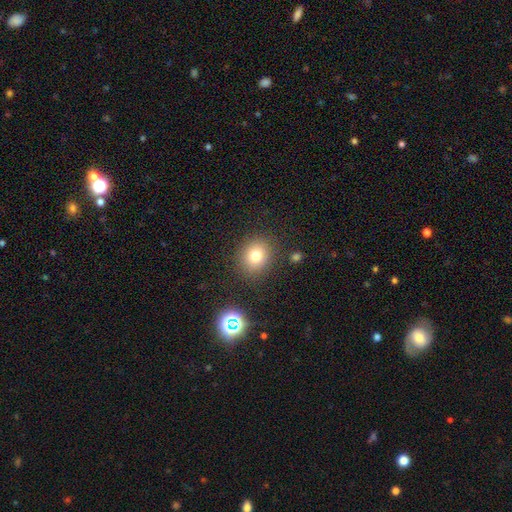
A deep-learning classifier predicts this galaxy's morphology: smooth 76%, star or artifact 15%, featured or disk 9%. Down the decision tree: how rounded — round (76%); merging — none (85%).